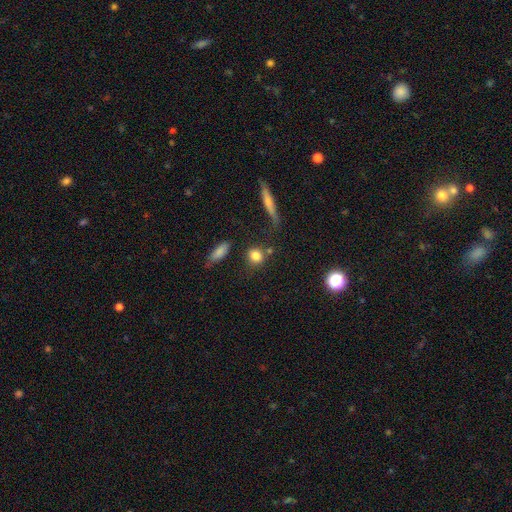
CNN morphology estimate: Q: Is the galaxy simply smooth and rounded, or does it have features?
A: smooth — 81%.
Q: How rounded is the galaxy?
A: round — 75%.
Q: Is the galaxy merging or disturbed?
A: none — 73%.